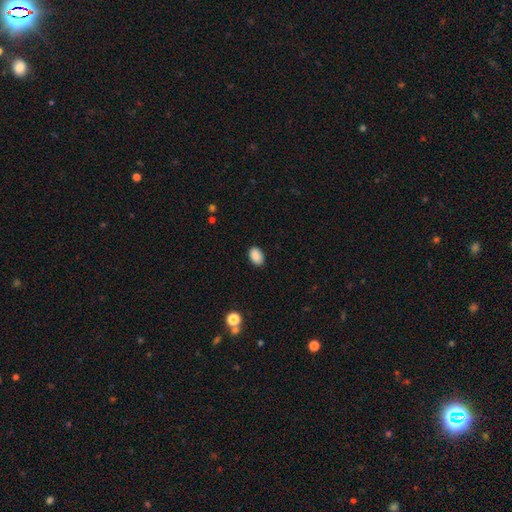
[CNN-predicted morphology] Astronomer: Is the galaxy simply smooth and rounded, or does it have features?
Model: smooth — 89%.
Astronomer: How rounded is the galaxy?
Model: in between — 87%.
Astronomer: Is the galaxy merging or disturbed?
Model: none — 87%.